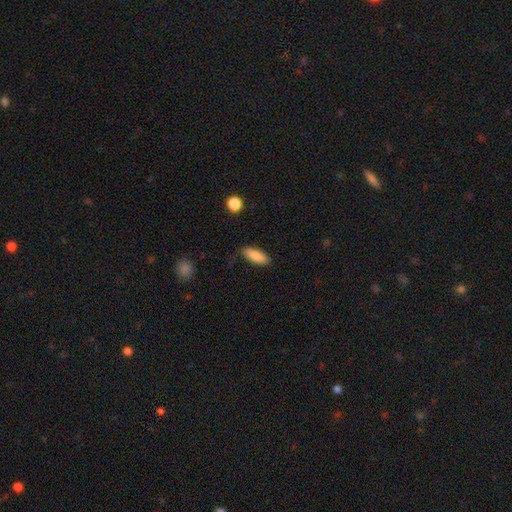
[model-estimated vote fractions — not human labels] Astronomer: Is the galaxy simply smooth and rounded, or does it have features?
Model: smooth — 86%.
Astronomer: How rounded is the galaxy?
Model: in between — 72%.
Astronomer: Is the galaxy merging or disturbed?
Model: none — 82%.